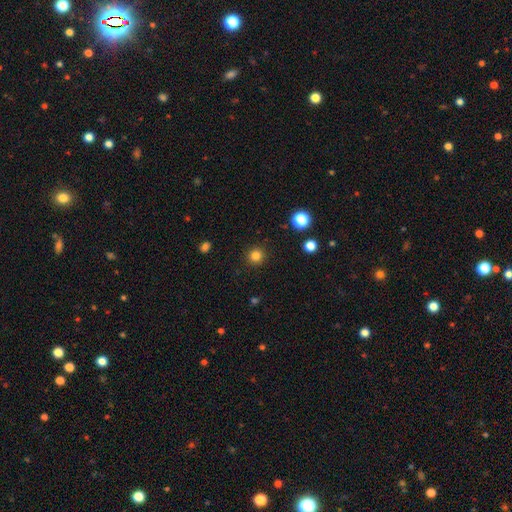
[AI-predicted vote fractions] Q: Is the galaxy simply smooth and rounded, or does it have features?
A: smooth — 82%.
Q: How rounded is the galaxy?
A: round — 94%.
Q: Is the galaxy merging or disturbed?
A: none — 92%.